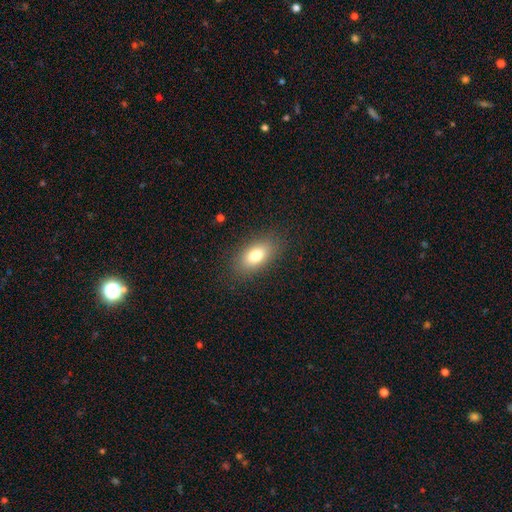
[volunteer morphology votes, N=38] A smooth galaxy with no disk features (79%) that is in between round and cigar-shaped (87%). Merging: none (78%).